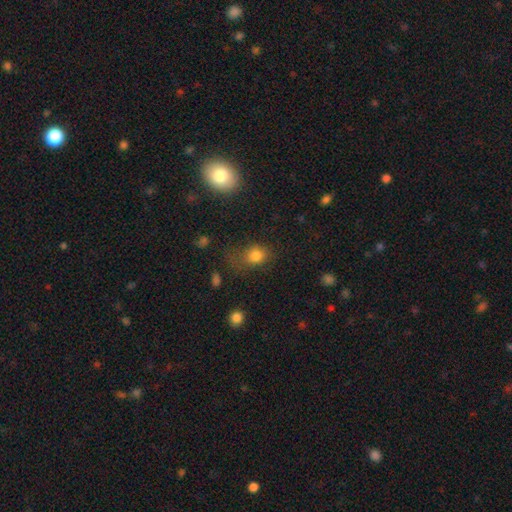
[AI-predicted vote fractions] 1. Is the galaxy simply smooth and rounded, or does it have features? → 79% smooth, 13% star or artifact, 8% featured or disk.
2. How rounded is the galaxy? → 52% round, 46% in between, 2% cigar-shaped.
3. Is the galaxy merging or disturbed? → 54% none, 24% minor disturbance, 18% major disturbance, 4% merger.